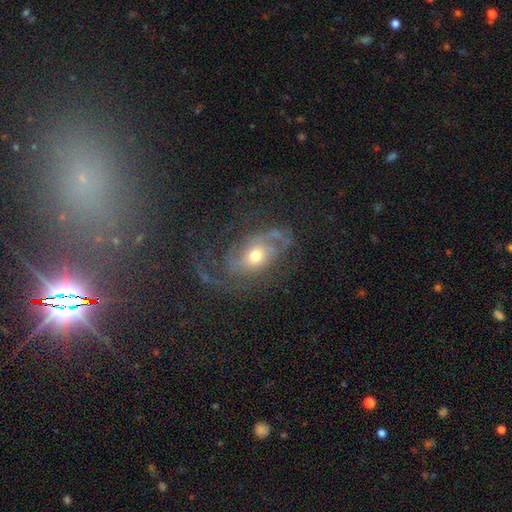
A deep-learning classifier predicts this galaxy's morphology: This is likely a featured or disk galaxy (80%). It is clearly not viewed edge-on (95%). Bar: likely no (71%). Spiral arm pattern: clearly yes (90%). Spiral arm count: marginally 2 (33%). Spiral winding: marginally medium (41%). Central bulge: likely moderate (65%). Merging: possibly none (56%).